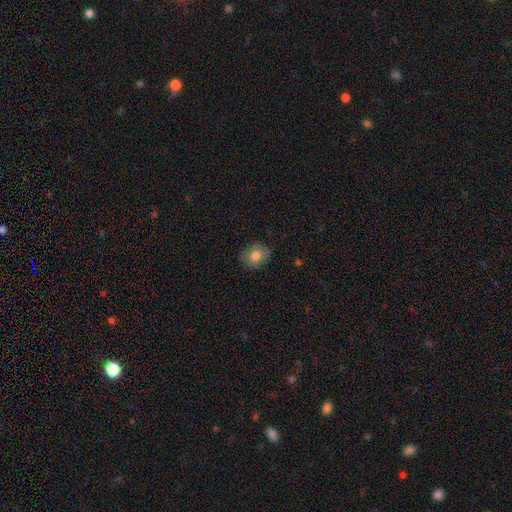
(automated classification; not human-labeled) Smooth or featured? Predicted: smooth (p=0.76). How rounded? Predicted: round (p=0.52). Merging? Predicted: none (p=0.83).